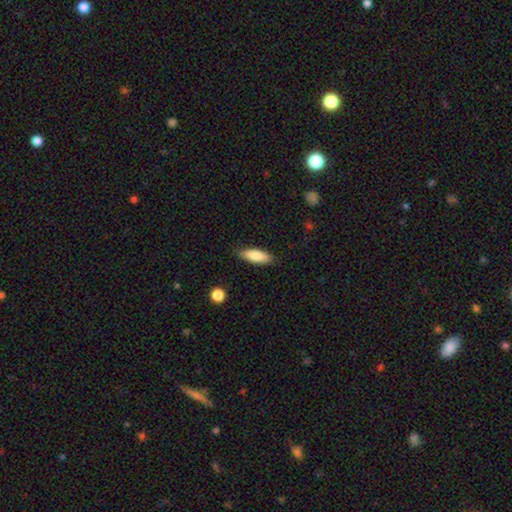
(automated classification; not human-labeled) A smooth galaxy with no disk features (82%) that is in between round and cigar-shaped (64%). Merging: none (85%).